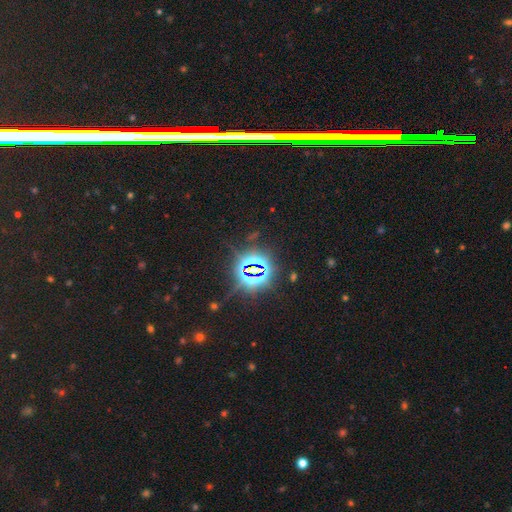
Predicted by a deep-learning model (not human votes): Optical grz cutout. It shows a star or artifact, not a galaxy (79%).